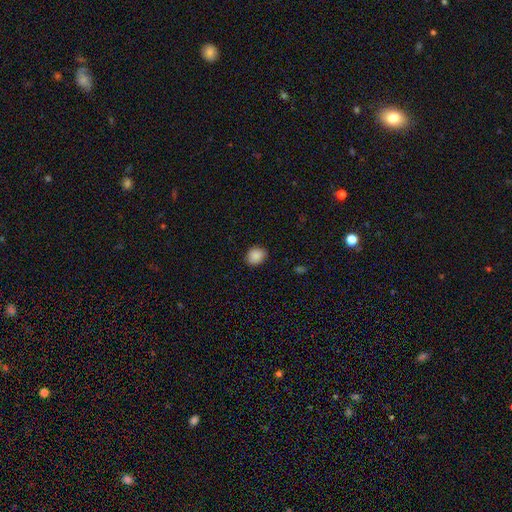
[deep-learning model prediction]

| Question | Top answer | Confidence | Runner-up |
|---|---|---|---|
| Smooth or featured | smooth | 88% | star or artifact (9%) |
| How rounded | round | 64% | in between (35%) |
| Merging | none | 84% | minor disturbance (13%) |